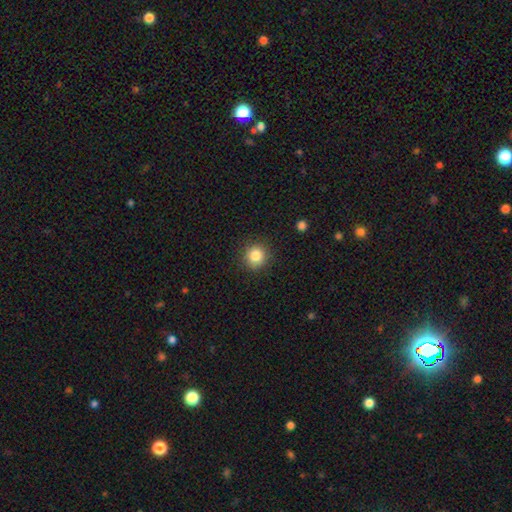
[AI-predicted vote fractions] smooth 84%, star or artifact 11%, featured or disk 6%. Down the decision tree: how rounded — round (92%); merging — none (90%).